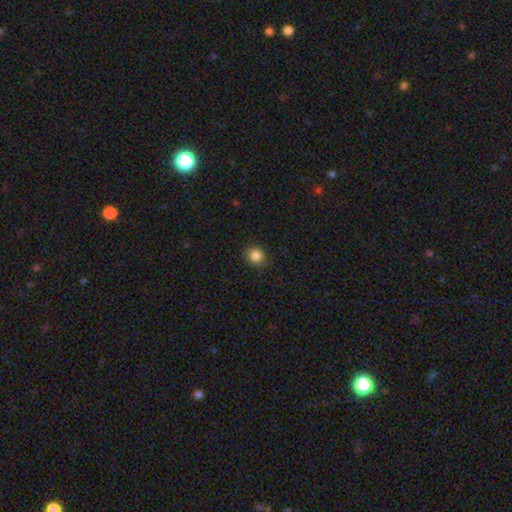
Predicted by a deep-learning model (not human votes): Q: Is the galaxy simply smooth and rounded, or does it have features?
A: smooth — 85%.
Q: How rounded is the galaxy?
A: round — 84%.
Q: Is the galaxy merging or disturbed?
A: none — 87%.